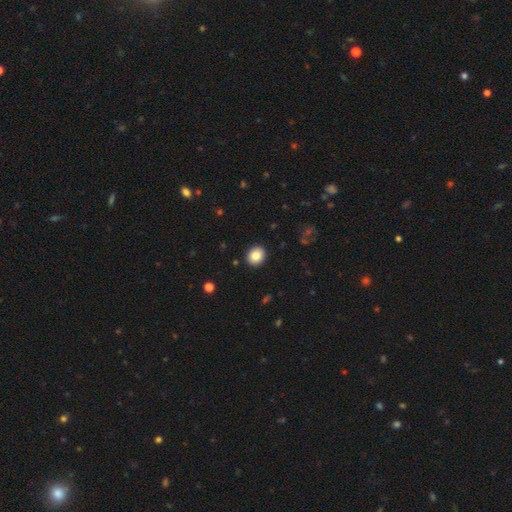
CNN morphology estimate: A smooth galaxy with no disk features (84%) that is round (75%).

Vote fractions:
- Smooth or featured? smooth: 84% / star or artifact: 9% / featured or disk: 7%
- How rounded? round: 75% / in between: 24% / cigar-shaped: 1%
- Merging? none: 92% / minor disturbance: 5% / major disturbance: 2% / merger: 1%